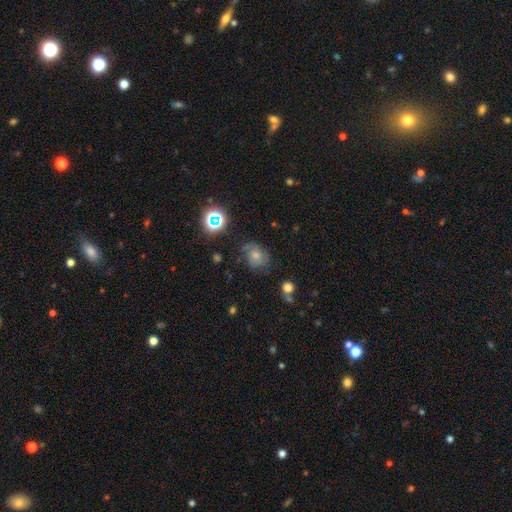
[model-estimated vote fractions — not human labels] The model was most divided on "how rounded": round: 50%, in between: 48%, cigar-shaped: 1%. More confident: smooth or featured — smooth (58%); merging — none (55%).